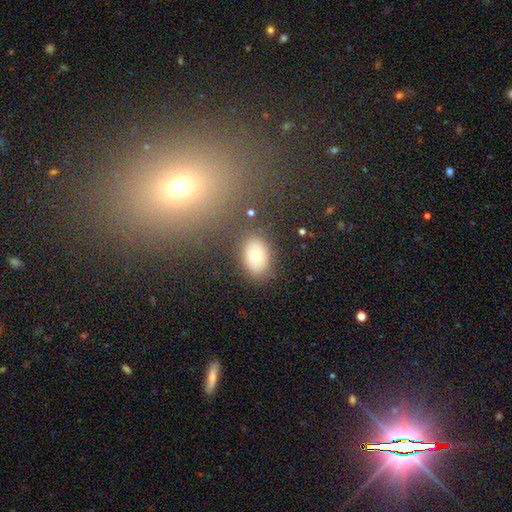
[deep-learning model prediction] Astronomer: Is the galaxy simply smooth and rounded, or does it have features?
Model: smooth — 74%.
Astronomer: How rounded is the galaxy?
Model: in between — 78%.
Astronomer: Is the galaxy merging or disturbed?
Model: none — 80%.